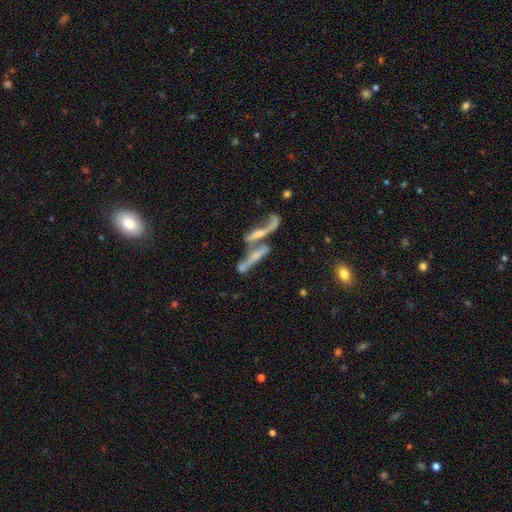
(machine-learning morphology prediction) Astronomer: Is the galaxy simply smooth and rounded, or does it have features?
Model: featured or disk — 53% (runner-up: smooth, 34%).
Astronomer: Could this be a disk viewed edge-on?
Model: no — 53% (runner-up: yes, 47%).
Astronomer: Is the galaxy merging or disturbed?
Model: merger — 60%.